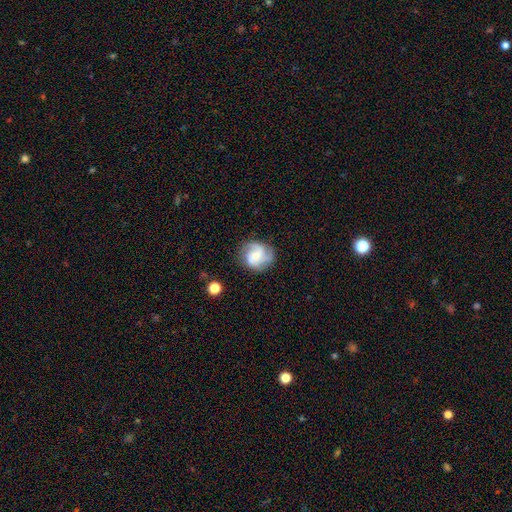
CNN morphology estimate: Smooth or featured?
  - featured or disk: 74% *
  - smooth: 19%
  - star or artifact: 7%
Edge-on disk?
  - no: 98% *
  - yes: 2%
Bar?
  - no: 63% *
  - weak: 31%
  - strong: 6%
Spiral arms?
  - yes: 96% *
  - no: 4%
Spiral winding?
  - medium: 49% *
  - tight: 31%
  - loose: 20%
Spiral arm count?
  - 3: 63% *
  - 2: 15%
  - can't tell: 8%
  - 4: 7%
  - 1: 3%
  - more than 4: 3%
Bulge size?
  - small: 53% *
  - moderate: 37%
  - none: 5%
  - large: 4%
  - dominant: 1%
Merging?
  - none: 76% *
  - minor disturbance: 16%
  - major disturbance: 6%
  - merger: 2%